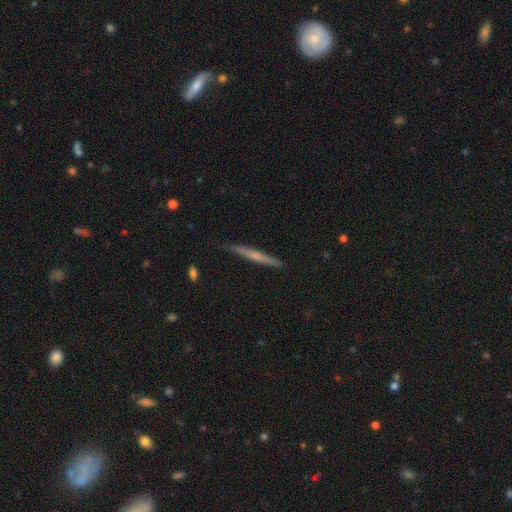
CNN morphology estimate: Overall: featured or disk (57%; smooth 37%). Edge-on disk: yes (97%). Edge-on bulge: none (48%; rounded 44%). Merging: none (89%).